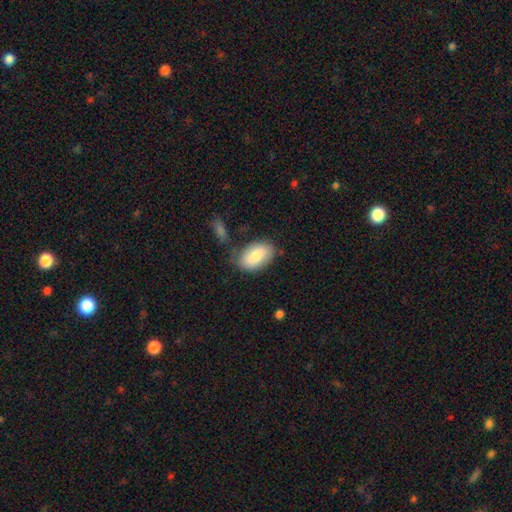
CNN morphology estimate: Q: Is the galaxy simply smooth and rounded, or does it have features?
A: smooth — 81%.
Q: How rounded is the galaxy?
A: in between — 92%.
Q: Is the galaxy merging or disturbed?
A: none — 70%.